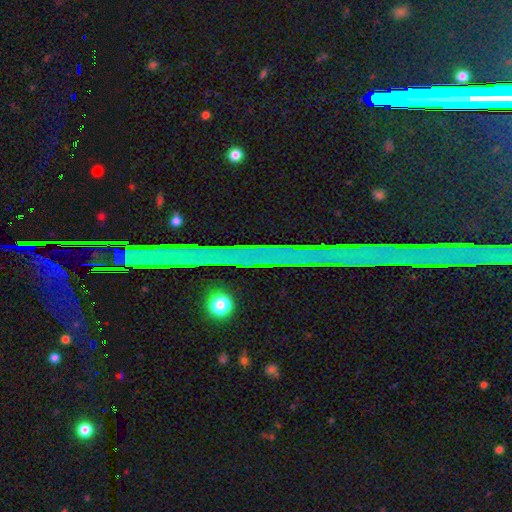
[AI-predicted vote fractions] smooth-or-featured: star or artifact: 70% | featured or disk: 17% | smooth: 14%